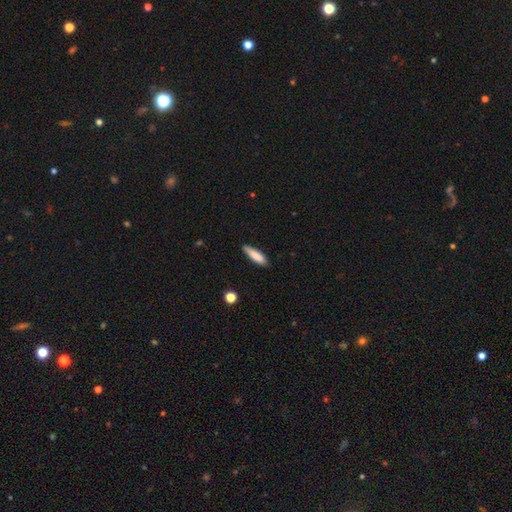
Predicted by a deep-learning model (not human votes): A smooth galaxy with no disk features (83%) that is cigar-shaped (68%). Merging: none (82%).